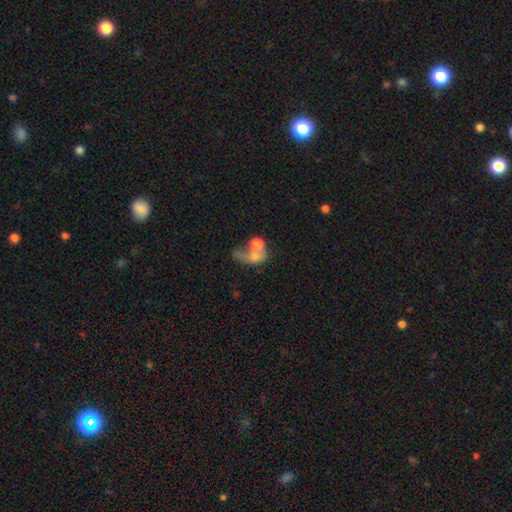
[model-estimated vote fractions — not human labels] smooth-or-featured: smooth: 58% | featured or disk: 31% | star or artifact: 11%
  how-rounded: in between: 58% | round: 39% | cigar-shaped: 2%
  merging: merger: 56% | major disturbance: 24% | none: 13% | minor disturbance: 8%